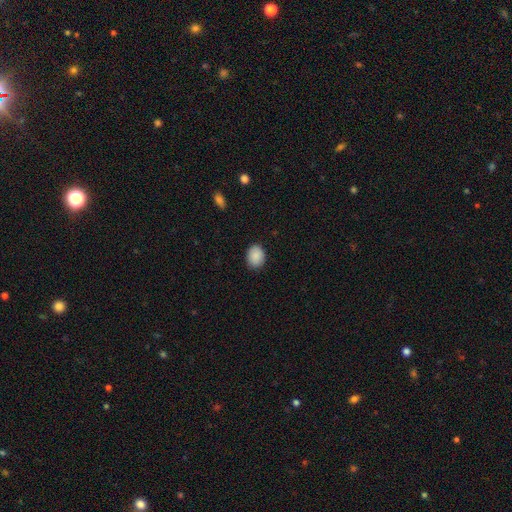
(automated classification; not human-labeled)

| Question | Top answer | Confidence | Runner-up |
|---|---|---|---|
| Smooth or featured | smooth | 89% | star or artifact (7%) |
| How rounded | in between | 59% | round (41%) |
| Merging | none | 87% | minor disturbance (10%) |